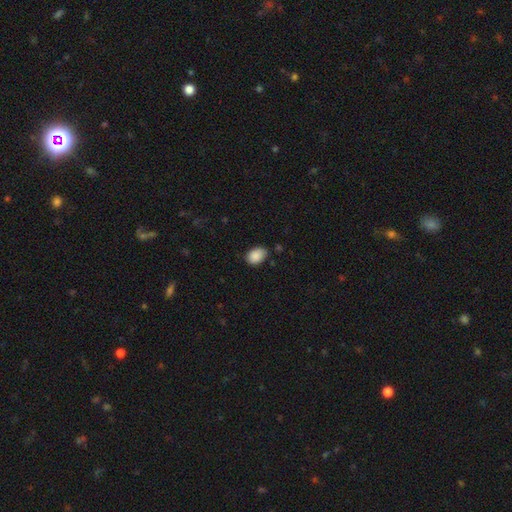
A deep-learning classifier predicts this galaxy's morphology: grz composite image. It shows a smooth galaxy with no disk features (89%) that is in between round and cigar-shaped (78%). Merging: none (76%).